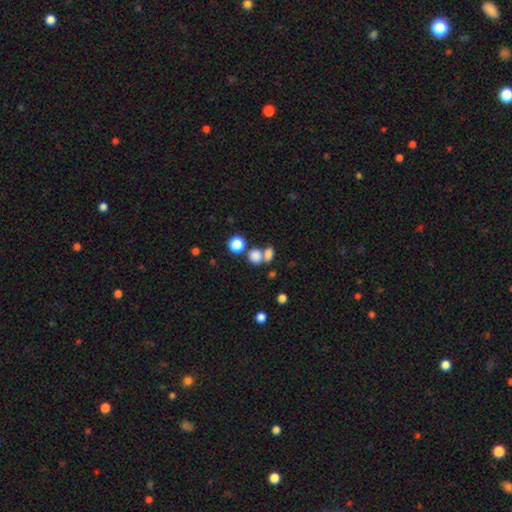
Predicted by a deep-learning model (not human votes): A smooth galaxy with no disk features (80%) that is round (61%).

Vote fractions:
- Smooth or featured? smooth: 80% / star or artifact: 13% / featured or disk: 7%
- How rounded? round: 61% / in between: 38% / cigar-shaped: 2%
- Merging? none: 44% / merger: 43% / minor disturbance: 9% / major disturbance: 5%